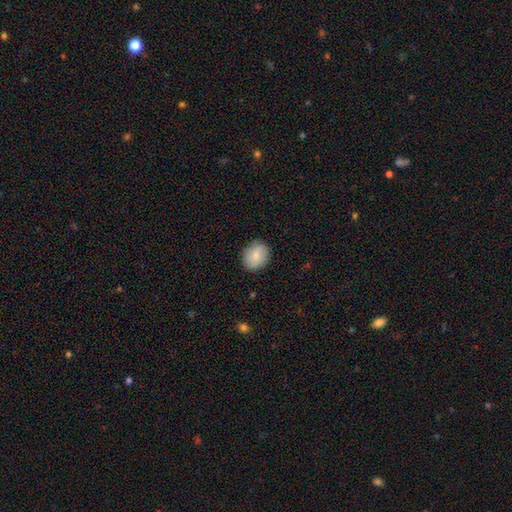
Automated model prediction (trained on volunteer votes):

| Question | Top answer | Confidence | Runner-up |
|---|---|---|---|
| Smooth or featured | smooth | 74% | featured or disk (19%) |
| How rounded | round | 55% | in between (44%) |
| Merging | none | 80% | minor disturbance (16%) |